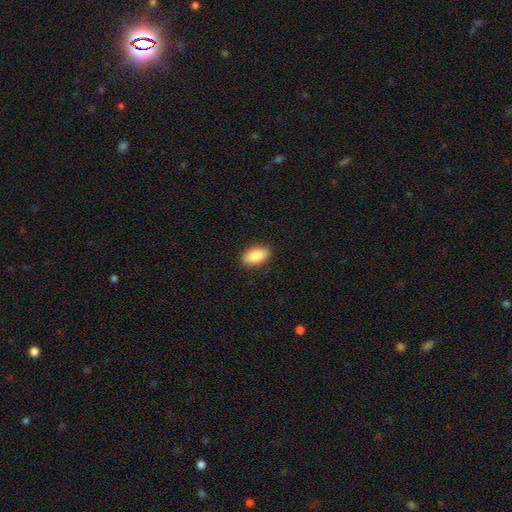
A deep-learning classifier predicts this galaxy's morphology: smooth_or_featured: smooth (p=0.86) [alt: featured or disk p=0.08]
how_rounded: in between (p=0.93) [alt: round p=0.04]
merging: none (p=0.89) [alt: minor disturbance p=0.08]